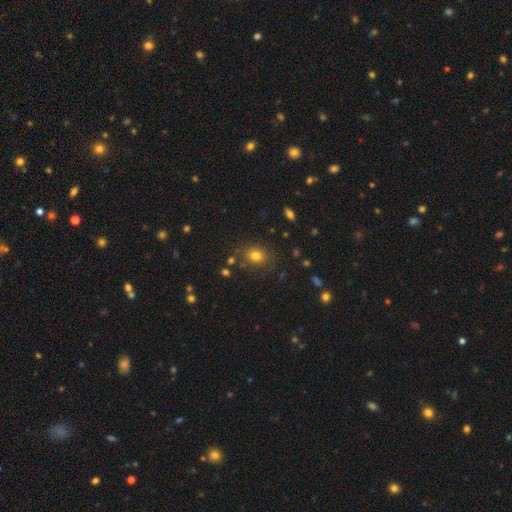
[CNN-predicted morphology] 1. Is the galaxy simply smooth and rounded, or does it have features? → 77% smooth, 14% star or artifact, 8% featured or disk.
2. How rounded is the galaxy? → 60% round, 39% in between, 1% cigar-shaped.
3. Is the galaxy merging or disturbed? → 78% none, 13% minor disturbance, 5% major disturbance, 3% merger.